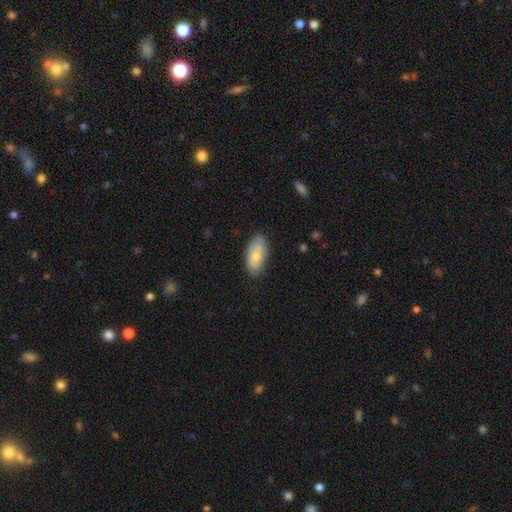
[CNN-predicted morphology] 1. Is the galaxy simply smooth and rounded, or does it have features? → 73% smooth, 21% featured or disk, 6% star or artifact.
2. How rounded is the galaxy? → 91% in between, 6% cigar-shaped, 3% round.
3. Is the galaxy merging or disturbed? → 79% none, 16% minor disturbance, 3% major disturbance, 1% merger.